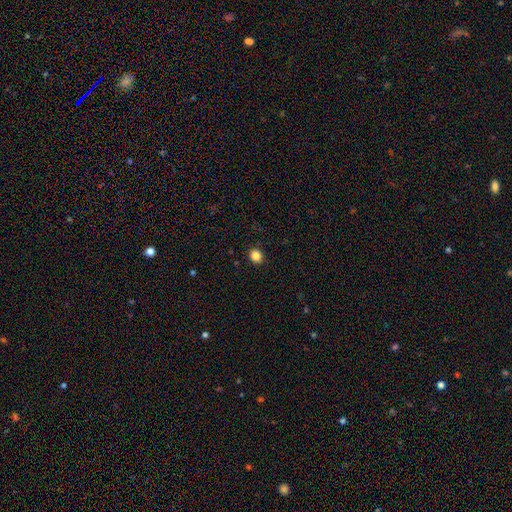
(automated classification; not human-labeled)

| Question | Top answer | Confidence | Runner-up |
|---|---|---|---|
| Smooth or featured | smooth | 85% | star or artifact (11%) |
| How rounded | round | 71% | in between (28%) |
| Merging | none | 91% | minor disturbance (6%) |